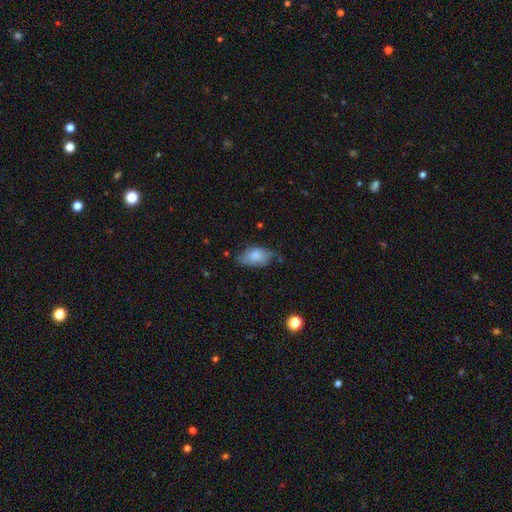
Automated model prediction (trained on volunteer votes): smooth 78%, featured or disk 15%, star or artifact 7%. Down the decision tree: how rounded — in between (92%); merging — none (51%).